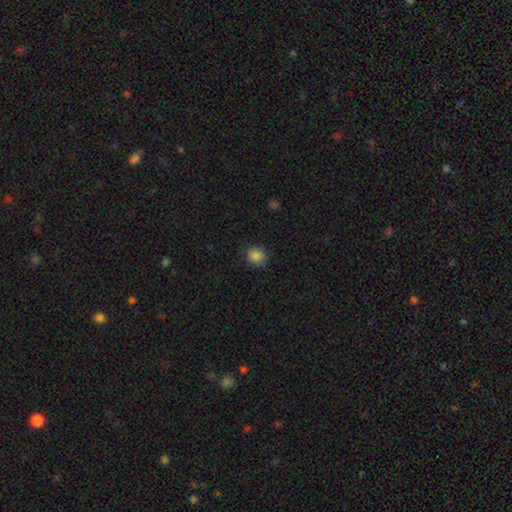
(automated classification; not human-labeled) A smooth galaxy with no disk features (86%) that is round (75%).

Vote fractions:
- Smooth or featured? smooth: 86% / star or artifact: 11% / featured or disk: 3%
- How rounded? round: 75% / in between: 24% / cigar-shaped: 1%
- Merging? none: 87% / minor disturbance: 9% / major disturbance: 2% / merger: 1%